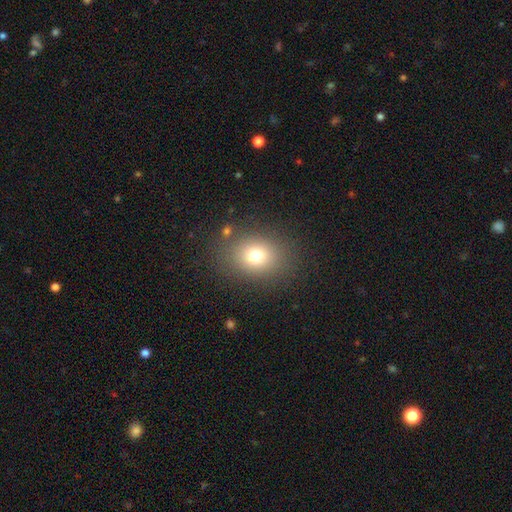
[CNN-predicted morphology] Smooth or featured? Predicted: smooth (p=0.74). How rounded? Predicted: round (p=0.51). Merging? Predicted: none (p=0.83).